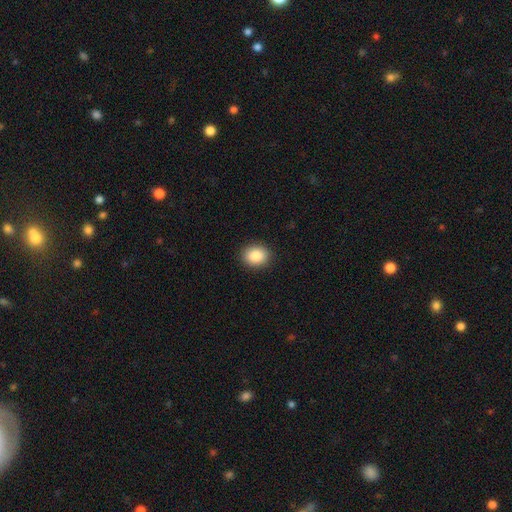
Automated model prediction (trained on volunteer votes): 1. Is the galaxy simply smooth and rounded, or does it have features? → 88% smooth, 8% star or artifact, 4% featured or disk.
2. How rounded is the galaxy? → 56% round, 43% in between, 1% cigar-shaped.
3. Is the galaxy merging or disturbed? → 90% none, 7% minor disturbance, 2% major disturbance, 1% merger.